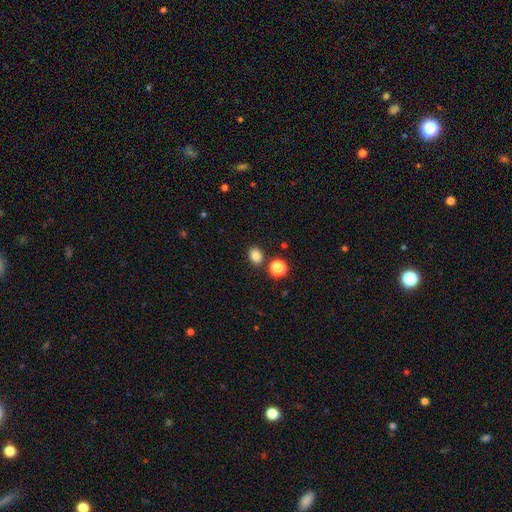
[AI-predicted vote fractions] A smooth galaxy with no disk features (83%) that is round (55%).

Vote fractions:
- Smooth or featured? smooth: 83% / star or artifact: 12% / featured or disk: 5%
- How rounded? round: 55% / in between: 45% / cigar-shaped: 1%
- Merging? none: 83% / minor disturbance: 8% / merger: 7% / major disturbance: 2%